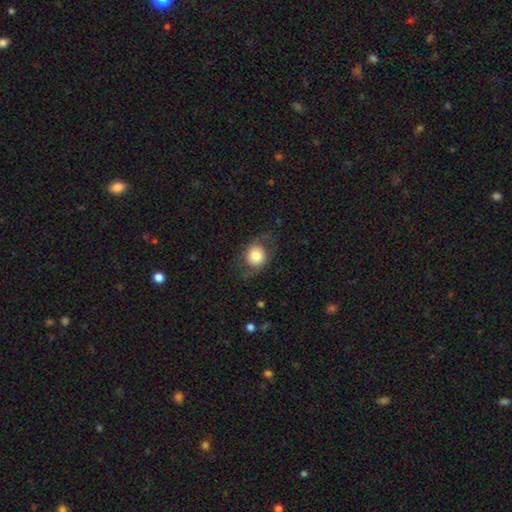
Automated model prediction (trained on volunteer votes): smooth-or-featured: smooth: 68% | featured or disk: 24% | star or artifact: 8%
  how-rounded: round: 70% | in between: 29% | cigar-shaped: 1%
  merging: none: 70% | minor disturbance: 17% | major disturbance: 12% | merger: 1%